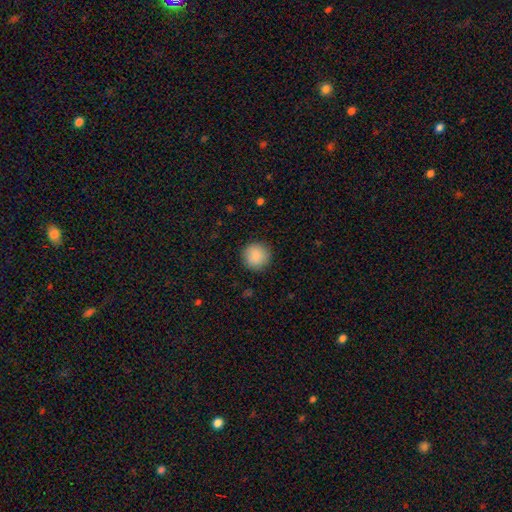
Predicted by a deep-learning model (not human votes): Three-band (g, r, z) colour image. It shows a smooth galaxy with no disk features (89%) that is round (95%). Merging: none (91%).